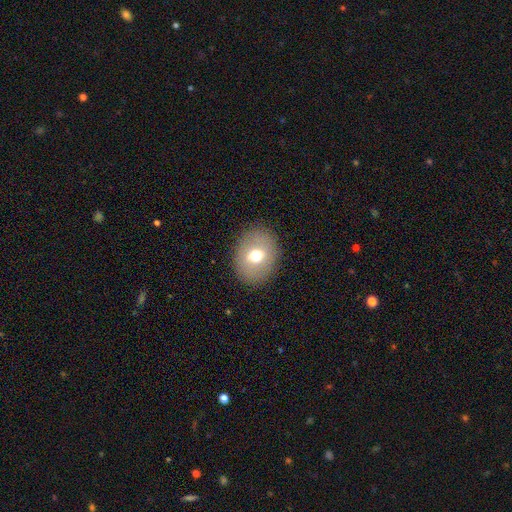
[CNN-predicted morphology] Smooth or featured? Predicted: smooth (p=0.65). How rounded? Predicted: in between (p=0.51). Merging? Predicted: none (p=0.87).